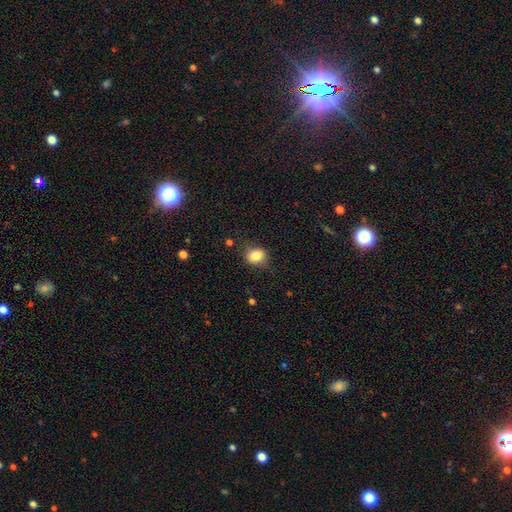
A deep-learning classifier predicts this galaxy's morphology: This appears to be a smooth galaxy with no disk features (83%) that is round (55%). Merging: none (77%).